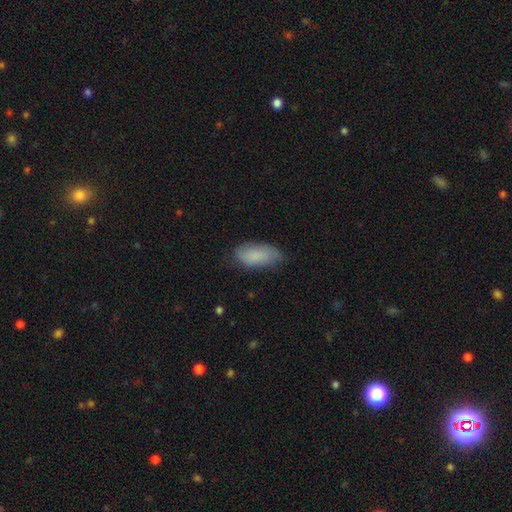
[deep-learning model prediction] A smooth galaxy with no disk features (84%) that is in between round and cigar-shaped (88%). Merging: none (71%).